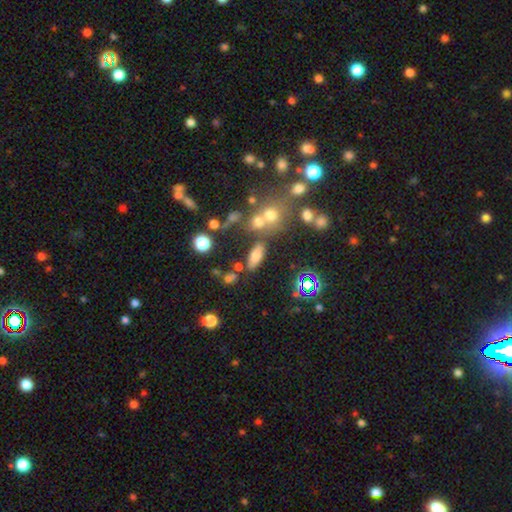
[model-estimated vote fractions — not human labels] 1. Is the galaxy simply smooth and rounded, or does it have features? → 68% smooth, 16% featured or disk, 16% star or artifact.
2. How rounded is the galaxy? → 68% in between, 24% cigar-shaped, 8% round.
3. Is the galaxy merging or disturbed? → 66% none, 16% merger, 13% minor disturbance, 6% major disturbance.